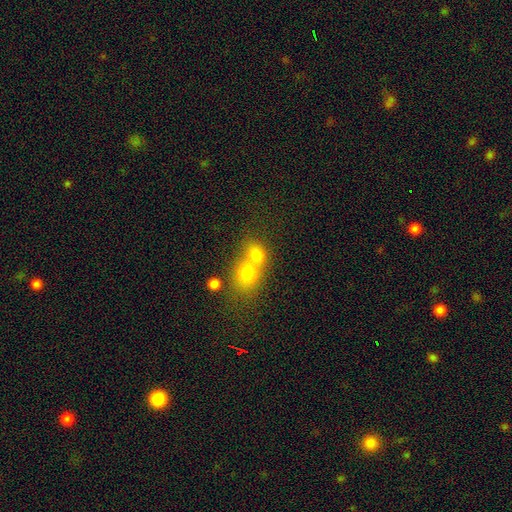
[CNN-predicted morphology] A smooth galaxy with no disk features (64%) that is round (74%). Merging: merger (64%).